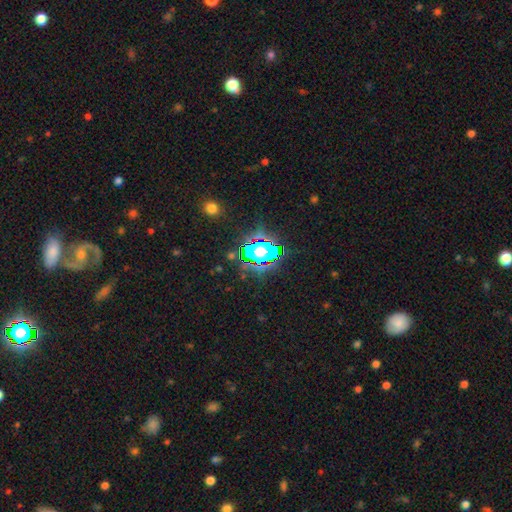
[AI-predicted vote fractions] This appears to be a star or artifact, not a galaxy (64%).